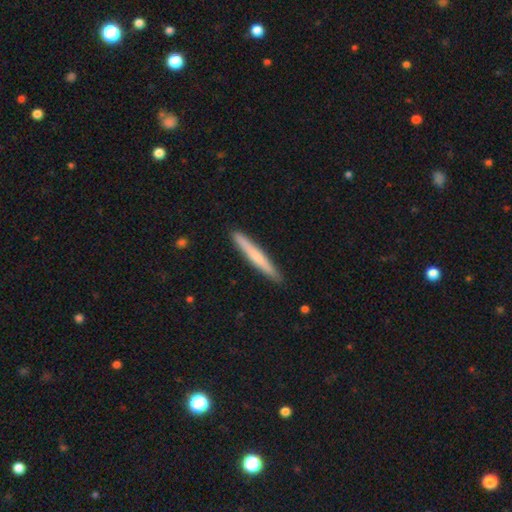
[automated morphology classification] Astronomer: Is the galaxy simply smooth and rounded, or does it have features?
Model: smooth — 59% (runner-up: featured or disk, 35%).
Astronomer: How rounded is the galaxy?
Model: cigar-shaped — 97%.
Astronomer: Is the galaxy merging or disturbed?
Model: none — 91%.